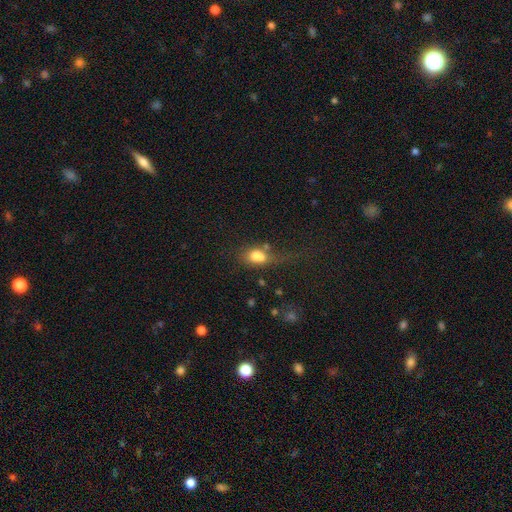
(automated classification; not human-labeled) Smooth or featured?
  - smooth: 74% *
  - featured or disk: 15%
  - star or artifact: 11%
How rounded?
  - in between: 71% *
  - round: 25%
  - cigar-shaped: 4%
Merging?
  - merger: 34% *
  - none: 27%
  - major disturbance: 22%
  - minor disturbance: 17%